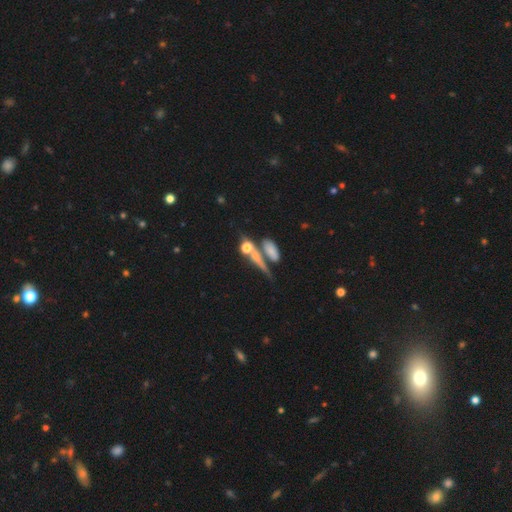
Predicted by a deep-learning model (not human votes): Smooth or featured?
  - smooth: 51% *
  - featured or disk: 31%
  - star or artifact: 17%
How rounded?
  - cigar-shaped: 39% *
  - in between: 34%
  - round: 26%
Merging?
  - none: 46% *
  - merger: 34%
  - minor disturbance: 12%
  - major disturbance: 8%